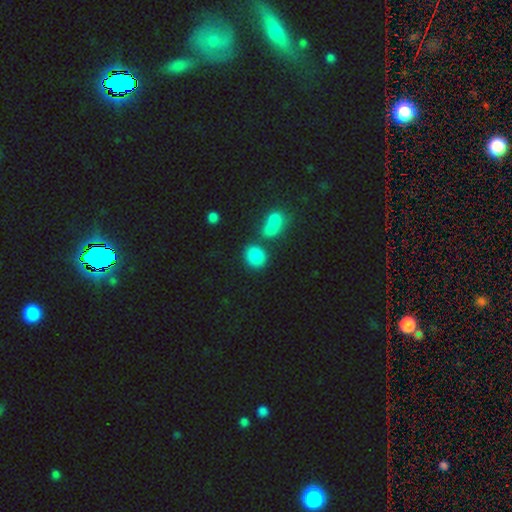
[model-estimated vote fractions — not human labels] Morphology: type=smooth (84%); roundness=round (64%); merging=none (68%).